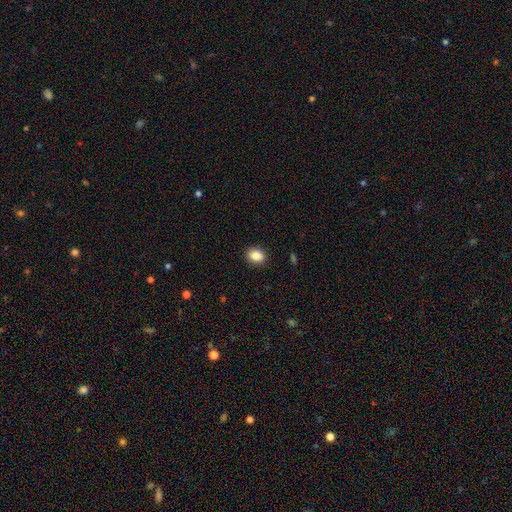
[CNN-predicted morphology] The model was most divided on "how rounded": in between: 54%, round: 44%, cigar-shaped: 1%. More confident: merging — none (90%); smooth or featured — smooth (86%).